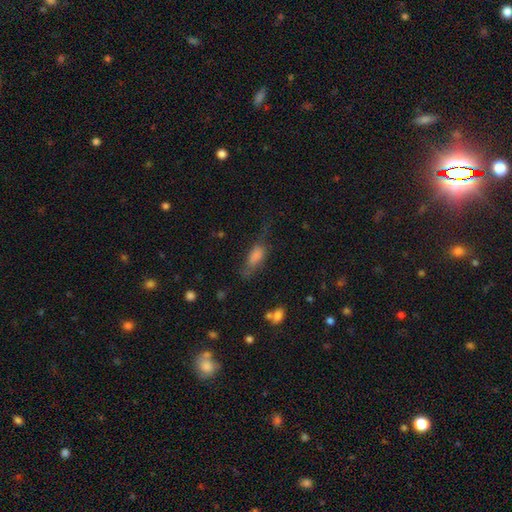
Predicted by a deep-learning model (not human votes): Smooth or featured: smooth — 65% (featured or disk — 23%)
How rounded: in between — 70% (cigar-shaped — 25%)
Merging: none — 43% (minor disturbance — 29%)